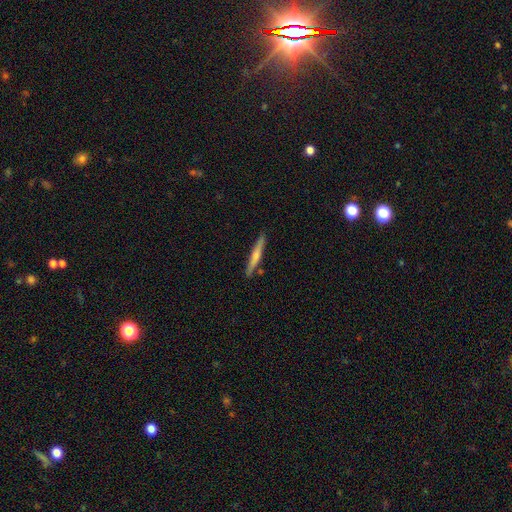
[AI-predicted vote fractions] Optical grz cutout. It shows a smooth galaxy with no disk features (53%) that is cigar-shaped (95%). Merging: none (86%).